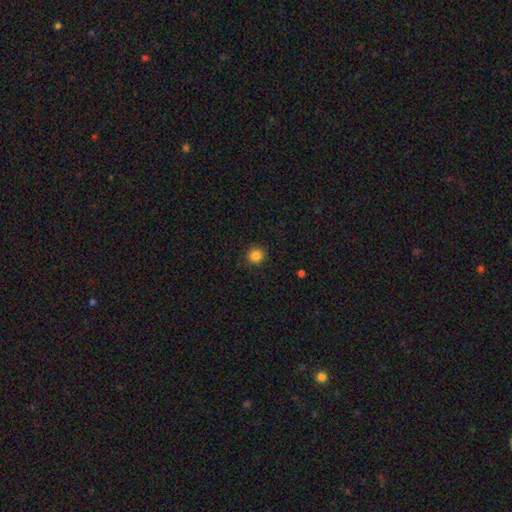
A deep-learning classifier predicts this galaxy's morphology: Smooth or featured? Predicted: smooth (p=0.85). How rounded? Predicted: round (p=0.92). Merging? Predicted: none (p=0.91).